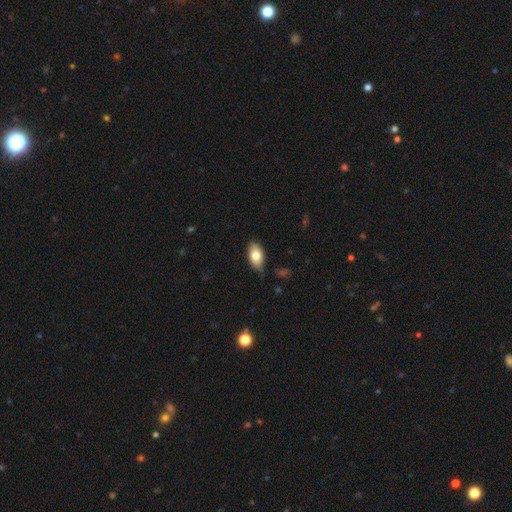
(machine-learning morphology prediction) Overall: smooth (77%). How rounded: in between (92%). Merging: none (78%).